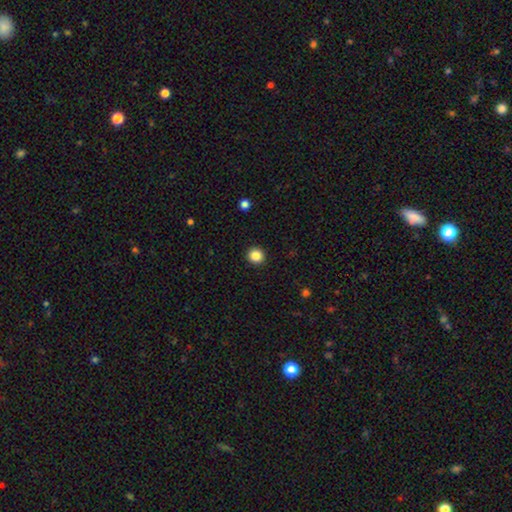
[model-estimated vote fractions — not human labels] smooth-or-featured: smooth: 86% | star or artifact: 11% | featured or disk: 4%
  how-rounded: round: 94% | in between: 5% | cigar-shaped: 1%
  merging: none: 93% | minor disturbance: 4% | major disturbance: 2% | merger: 1%